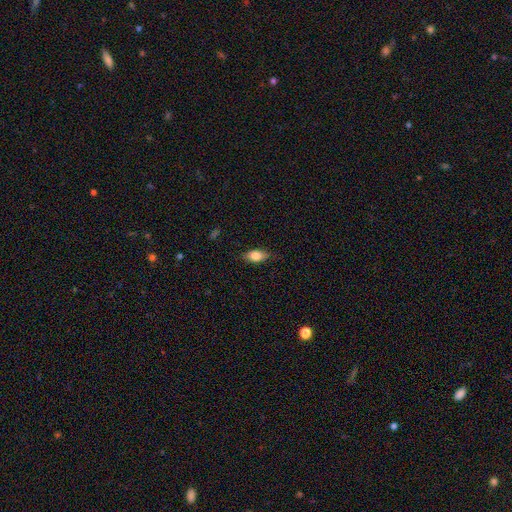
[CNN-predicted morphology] smooth 76%, featured or disk 16%, star or artifact 8%. Down the decision tree: how rounded — in between (84%); merging — none (80%).